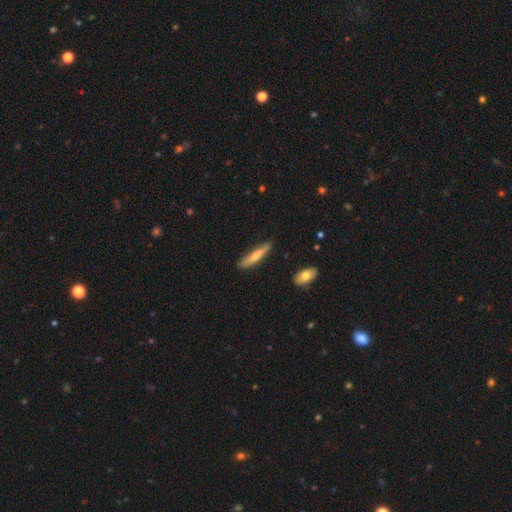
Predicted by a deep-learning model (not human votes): A smooth galaxy with no disk features (71%) that is cigar-shaped (87%).

Vote fractions:
- Smooth or featured? smooth: 71% / featured or disk: 23% / star or artifact: 6%
- How rounded? cigar-shaped: 87% / in between: 12% / round: 1%
- Merging? none: 79% / minor disturbance: 16% / major disturbance: 3% / merger: 2%